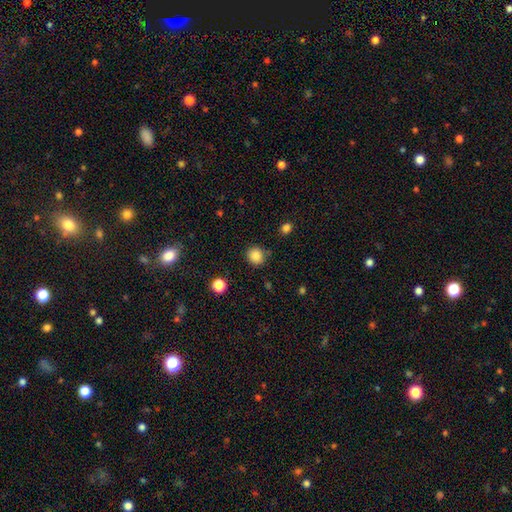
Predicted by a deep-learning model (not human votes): This is clearly a smooth galaxy (86%). How rounded: clearly round (87%). Merging: clearly none (84%).